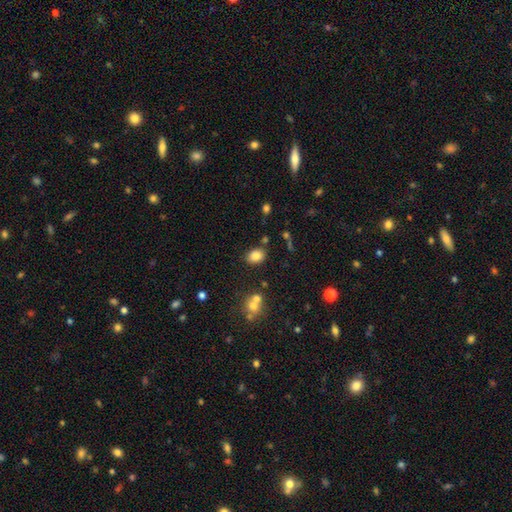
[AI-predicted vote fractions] smooth_or_featured: smooth (p=0.83) [alt: star or artifact p=0.10]
how_rounded: in between (p=0.69) [alt: round p=0.30]
merging: none (p=0.79) [alt: minor disturbance p=0.11]